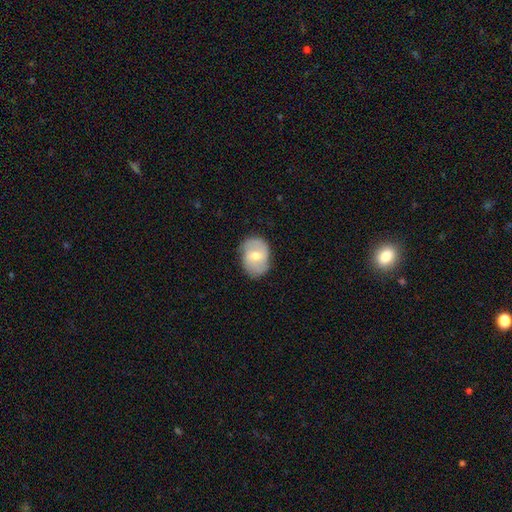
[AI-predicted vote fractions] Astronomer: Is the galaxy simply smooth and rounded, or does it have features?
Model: featured or disk — 47% (runner-up: smooth, 46%).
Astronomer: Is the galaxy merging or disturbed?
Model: none — 76%.